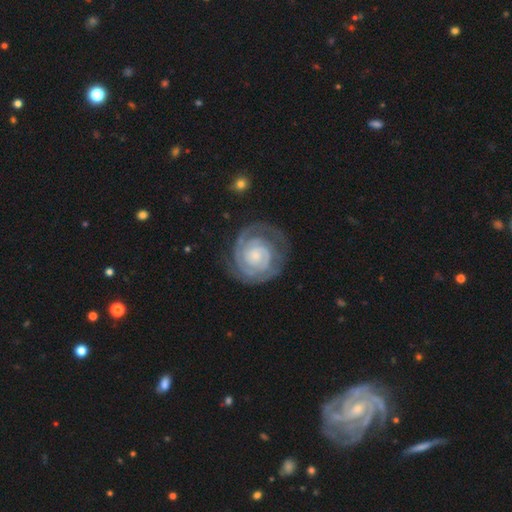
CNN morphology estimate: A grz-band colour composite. It shows a featured or disk galaxy (87%) with no bar (75%), 2 (48%) tight (80%) spiral arms (97%) and a small central bulge (64%). Merging: none (74%).